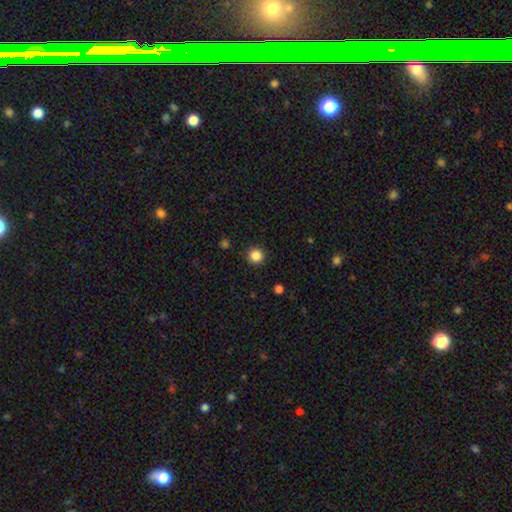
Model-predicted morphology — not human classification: Q: Smooth or featured?
A: smooth (85%); runner-up: star or artifact (11%)
Q: How rounded?
A: round (95%); runner-up: in between (4%)
Q: Merging?
A: none (92%); runner-up: minor disturbance (5%)